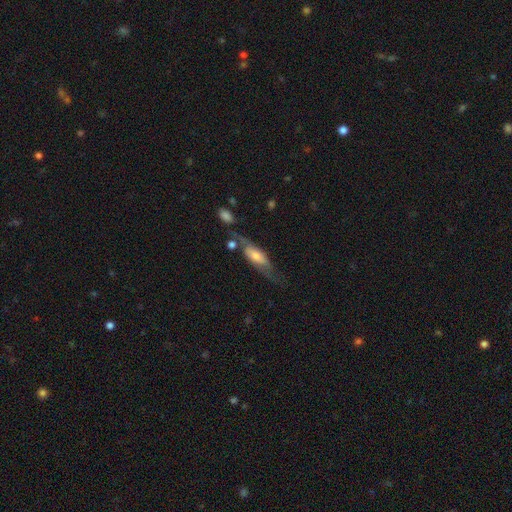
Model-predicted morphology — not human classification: The model was most divided on "edge-on disk": no: 54%, yes: 46%. More confident: smooth or featured — featured or disk (55%); merging — none (54%).